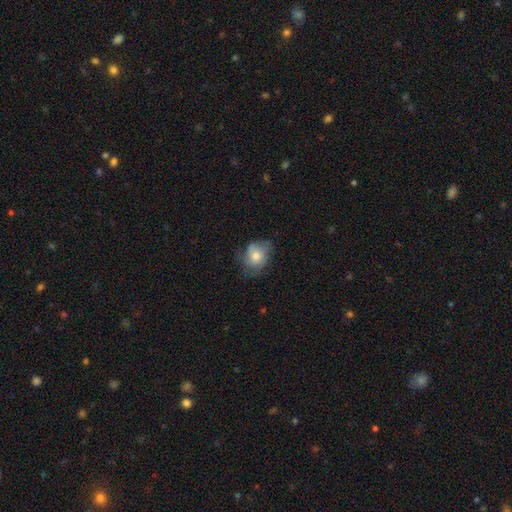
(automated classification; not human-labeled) Smooth or featured? smooth (64%)
How rounded? in between (54%)
Merging? none (50%)